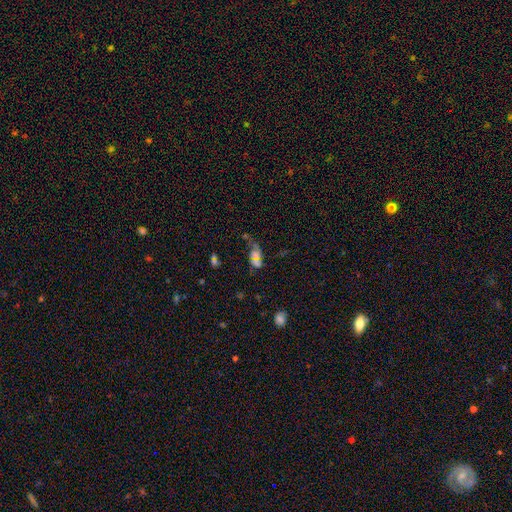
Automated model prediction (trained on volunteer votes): This appears to be a smooth galaxy with no disk features (46%). Merging: merger (28%).